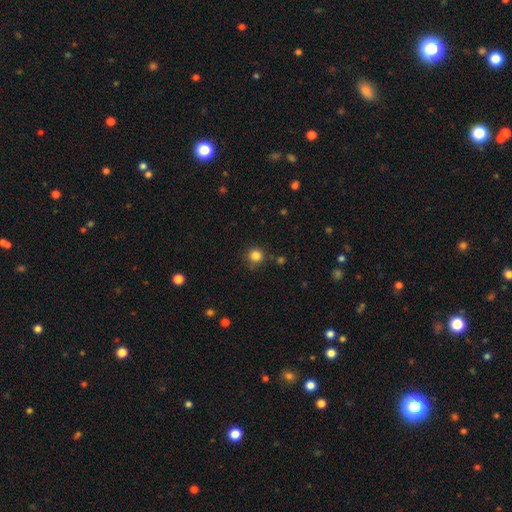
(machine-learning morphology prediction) smooth-or-featured: smooth: 83% | star or artifact: 13% | featured or disk: 4%
  how-rounded: round: 94% | in between: 5% | cigar-shaped: 1%
  merging: none: 84% | minor disturbance: 10% | merger: 3% | major disturbance: 3%